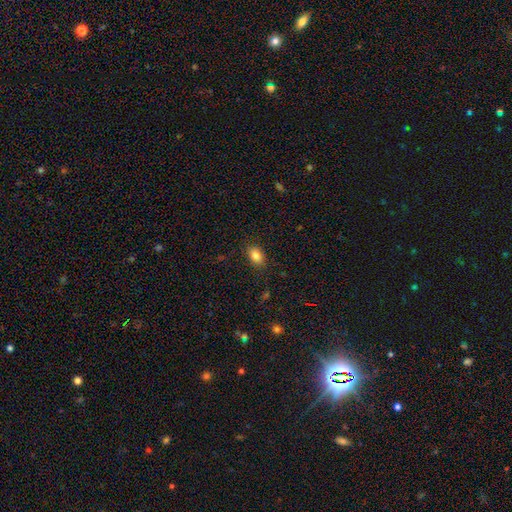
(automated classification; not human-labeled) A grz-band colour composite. It shows a smooth galaxy with no disk features (85%) that is in between round and cigar-shaped (84%). Merging: none (86%).